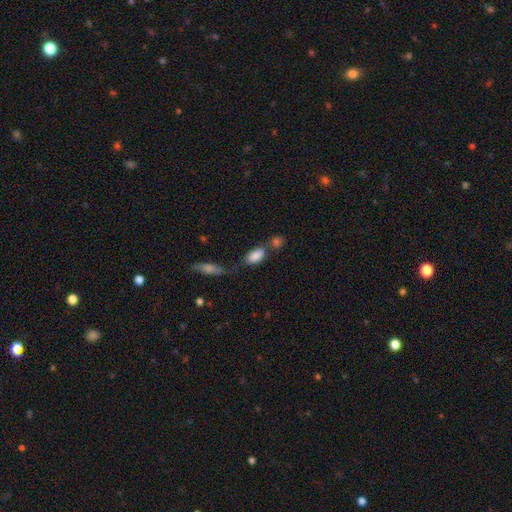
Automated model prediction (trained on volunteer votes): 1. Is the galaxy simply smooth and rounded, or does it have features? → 85% smooth, 8% star or artifact, 7% featured or disk.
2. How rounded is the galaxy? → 91% in between, 6% cigar-shaped, 4% round.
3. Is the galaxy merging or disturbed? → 47% none, 29% merger, 17% minor disturbance, 7% major disturbance.